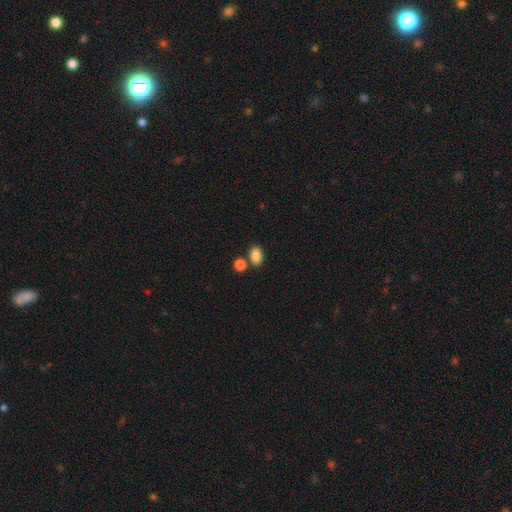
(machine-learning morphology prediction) smooth 86%, star or artifact 9%, featured or disk 5%. Down the decision tree: how rounded — in between (78%); merging — none (70%).